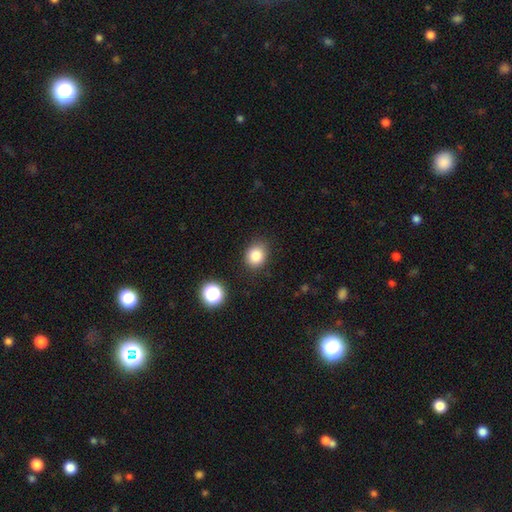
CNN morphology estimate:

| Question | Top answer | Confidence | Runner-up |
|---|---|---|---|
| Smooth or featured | smooth | 83% | star or artifact (11%) |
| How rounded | round | 62% | in between (37%) |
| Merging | none | 82% | minor disturbance (12%) |